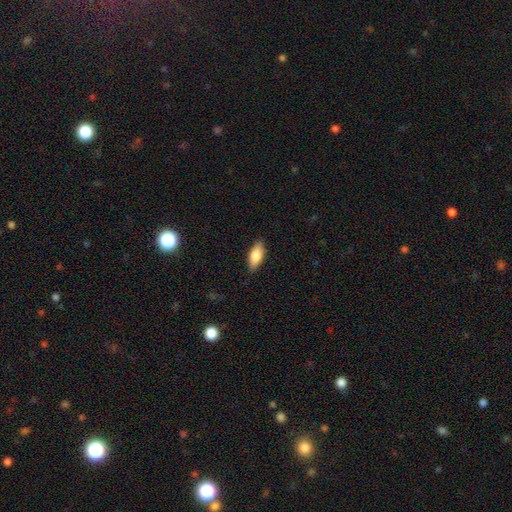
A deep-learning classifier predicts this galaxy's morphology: smooth 76%, featured or disk 17%, star or artifact 6%. Down the decision tree: how rounded — in between (78%); merging — none (86%).